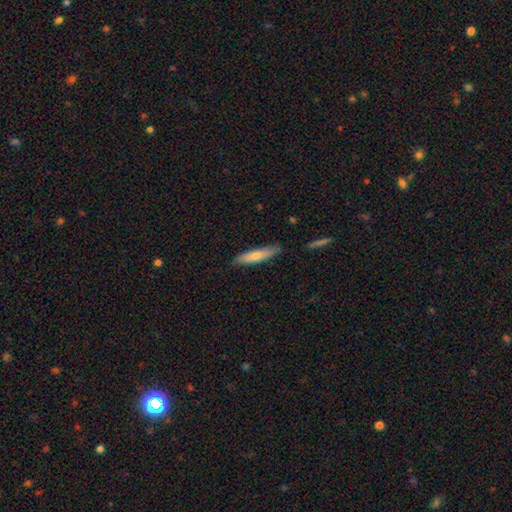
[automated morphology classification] A smooth galaxy with no disk features (66%) that is cigar-shaped (83%). Merging: none (84%).